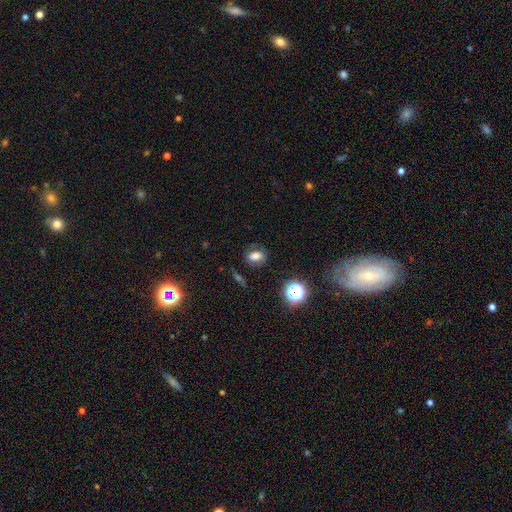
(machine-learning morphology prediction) Q: Smooth or featured?
A: smooth (68%); runner-up: star or artifact (18%)
Q: How rounded?
A: in between (67%); runner-up: round (30%)
Q: Merging?
A: none (77%); runner-up: minor disturbance (15%)